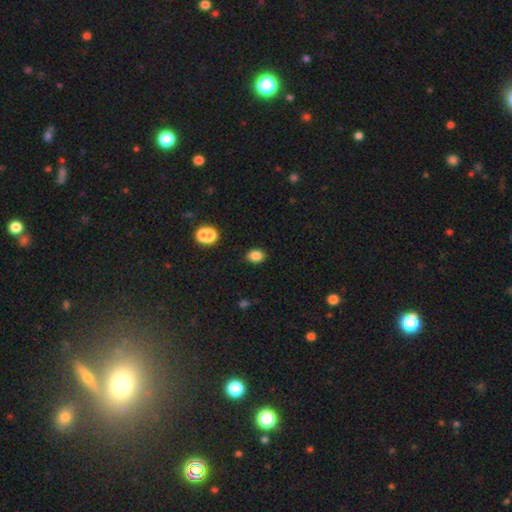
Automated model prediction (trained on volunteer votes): This is clearly a smooth galaxy (85%). How rounded: possibly in between (57%). Merging: clearly none (86%).